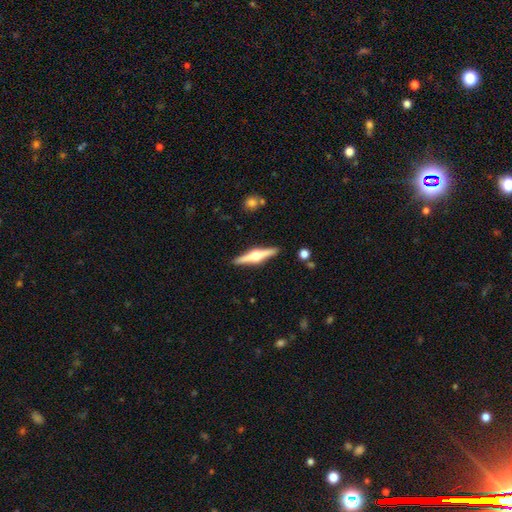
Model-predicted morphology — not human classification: Q: Smooth or featured?
A: featured or disk (74%); runner-up: smooth (21%)
Q: Edge-on disk?
A: yes (98%); runner-up: no (2%)
Q: Edge-on bulge?
A: rounded (94%); runner-up: boxy (4%)
Q: Merging?
A: none (91%); runner-up: minor disturbance (7%)